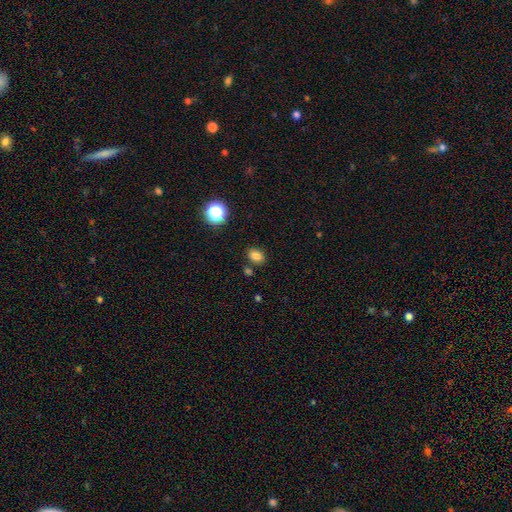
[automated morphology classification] Overall: smooth (81%). How rounded: in between (69%; round 30%). Merging: none (79%).